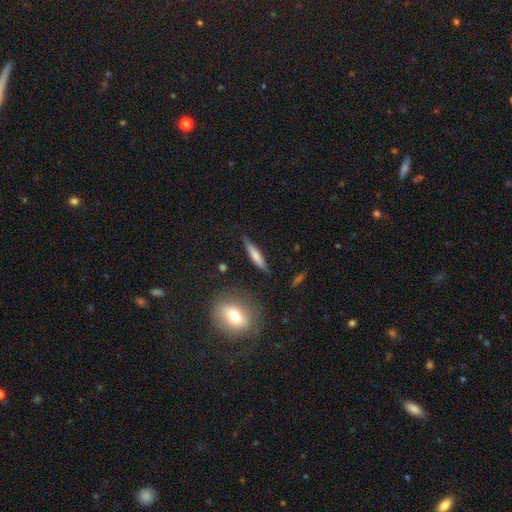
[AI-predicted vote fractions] Smooth or featured?
  - smooth: 65% *
  - featured or disk: 29%
  - star or artifact: 7%
How rounded?
  - cigar-shaped: 87% *
  - in between: 11%
  - round: 2%
Merging?
  - none: 84% *
  - minor disturbance: 11%
  - major disturbance: 3%
  - merger: 2%